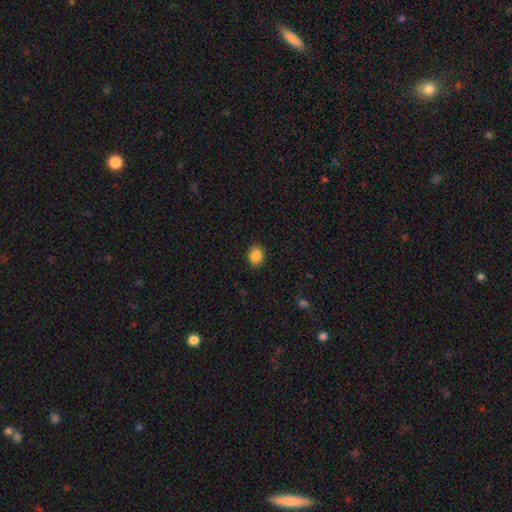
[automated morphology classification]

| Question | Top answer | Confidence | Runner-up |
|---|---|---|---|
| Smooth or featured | smooth | 88% | star or artifact (9%) |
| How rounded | in between | 58% | round (41%) |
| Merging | none | 89% | minor disturbance (8%) |